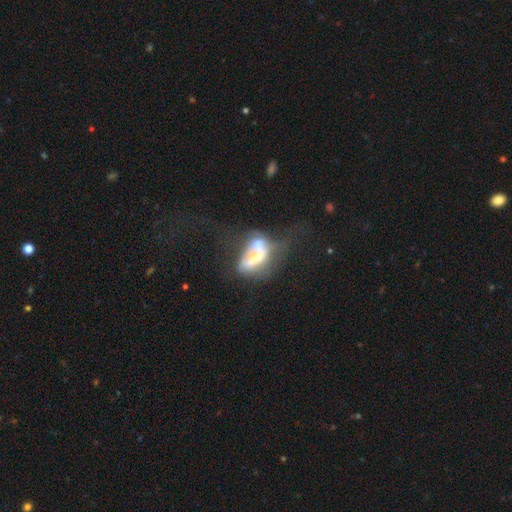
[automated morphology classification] type=featured or disk (54%); edge-on=no (83%); merging=merger (51%).